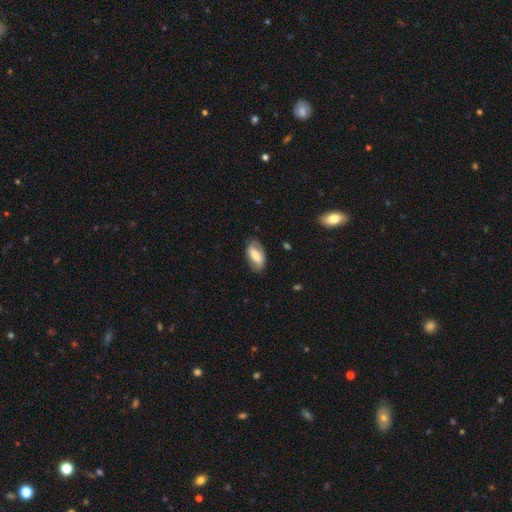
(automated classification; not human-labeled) This appears to be a smooth galaxy with no disk features (53%) that is in between round and cigar-shaped (89%). Merging: none (77%).